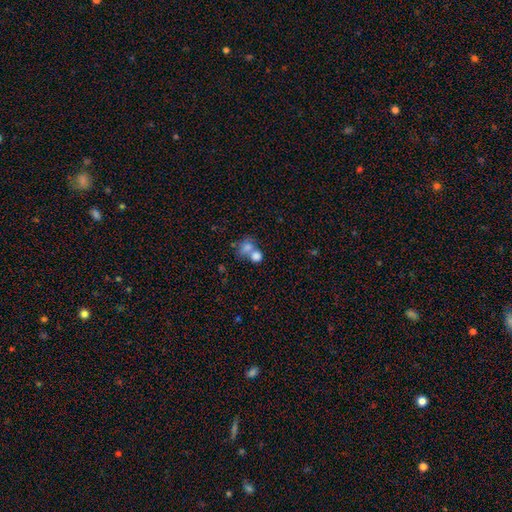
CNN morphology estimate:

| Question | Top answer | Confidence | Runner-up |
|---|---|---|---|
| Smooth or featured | smooth | 77% | featured or disk (13%) |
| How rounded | round | 63% | in between (36%) |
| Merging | merger | 59% | none (29%) |